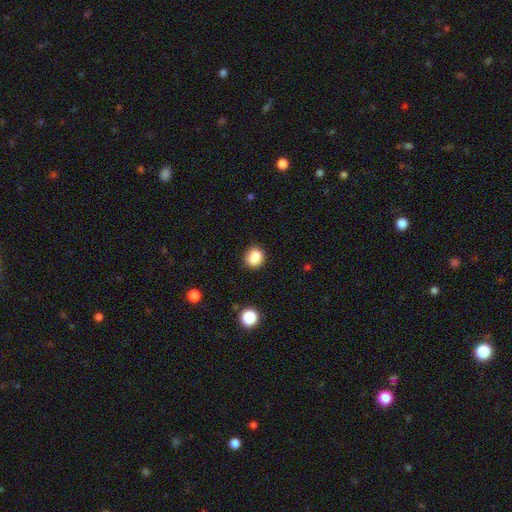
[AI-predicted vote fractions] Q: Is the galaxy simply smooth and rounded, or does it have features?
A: smooth — 84%.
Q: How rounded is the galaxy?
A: round — 69%.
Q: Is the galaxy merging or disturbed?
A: none — 75%.